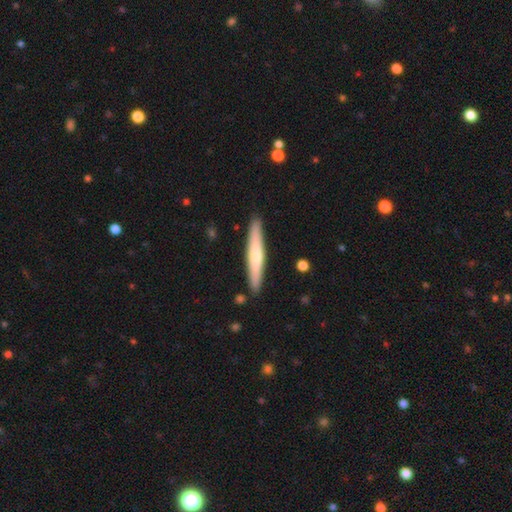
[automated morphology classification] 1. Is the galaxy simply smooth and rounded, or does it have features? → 57% smooth, 38% featured or disk, 5% star or artifact.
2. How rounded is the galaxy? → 93% cigar-shaped, 5% in between, 1% round.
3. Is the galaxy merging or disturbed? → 89% none, 7% minor disturbance, 2% merger, 1% major disturbance.